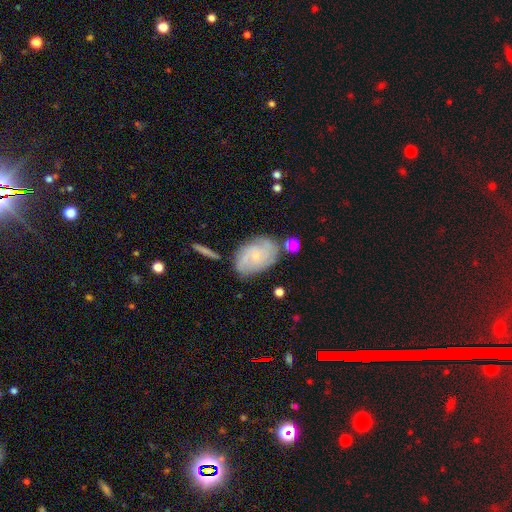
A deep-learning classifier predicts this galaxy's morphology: smooth_or_featured: featured or disk (p=0.69) [alt: smooth p=0.24]
disk_edge_on: no (p=0.96) [alt: yes p=0.04]
bar: no (p=0.71) [alt: weak p=0.25]
has_spiral_arms: yes (p=0.92) [alt: no p=0.08]
spiral_winding: tight (p=0.54) [alt: medium p=0.35]
spiral_arm_count: can't tell (p=0.32) [alt: 2 p=0.26]
bulge_size: small (p=0.78) [alt: moderate p=0.15]
merging: none (p=0.69) [alt: minor disturbance p=0.19]